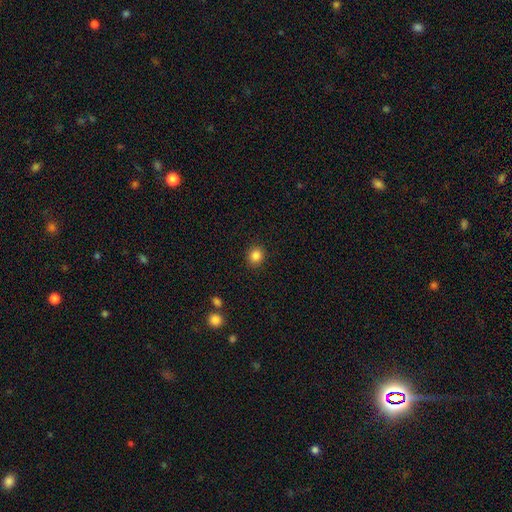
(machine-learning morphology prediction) A smooth galaxy with no disk features (85%) that is round (78%). Merging: none (90%).